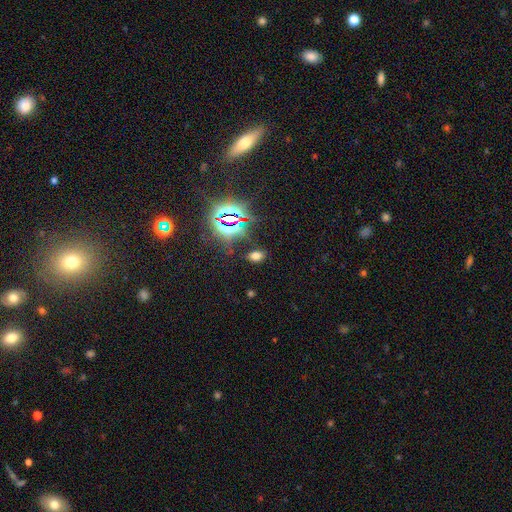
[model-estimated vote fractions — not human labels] Smooth or featured: smooth — 56% (star or artifact — 37%)
How rounded: in between — 83% (round — 15%)
Merging: none — 83% (minor disturbance — 11%)